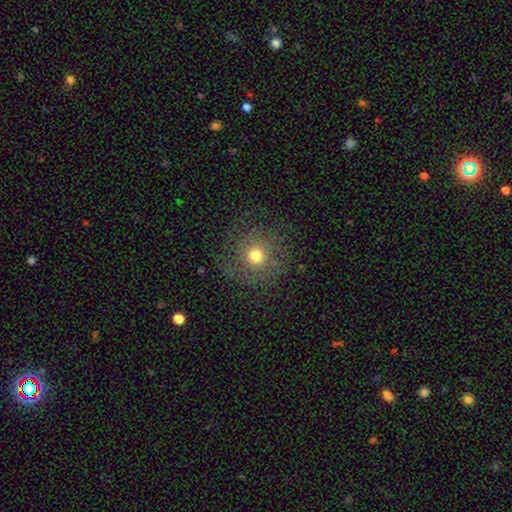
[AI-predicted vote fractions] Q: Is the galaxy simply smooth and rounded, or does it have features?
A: featured or disk — 53%.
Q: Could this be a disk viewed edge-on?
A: no — 96%.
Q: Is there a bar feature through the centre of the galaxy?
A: no — 85%.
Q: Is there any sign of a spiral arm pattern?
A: yes — 73%.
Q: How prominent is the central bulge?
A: moderate — 66%.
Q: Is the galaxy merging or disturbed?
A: none — 74%.